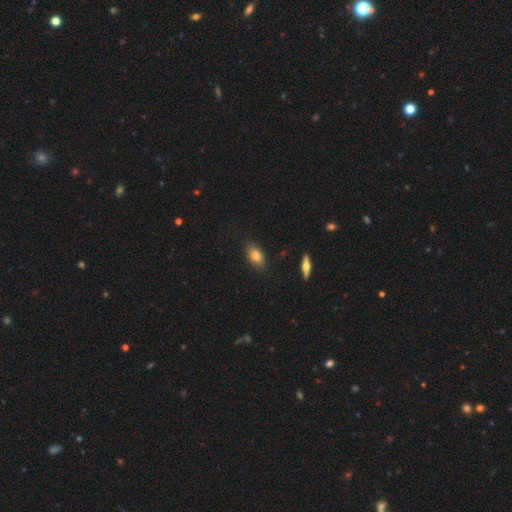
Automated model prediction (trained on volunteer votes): Q: Smooth or featured?
A: smooth (79%); runner-up: featured or disk (13%)
Q: How rounded?
A: in between (86%); runner-up: round (10%)
Q: Merging?
A: none (85%); runner-up: minor disturbance (11%)